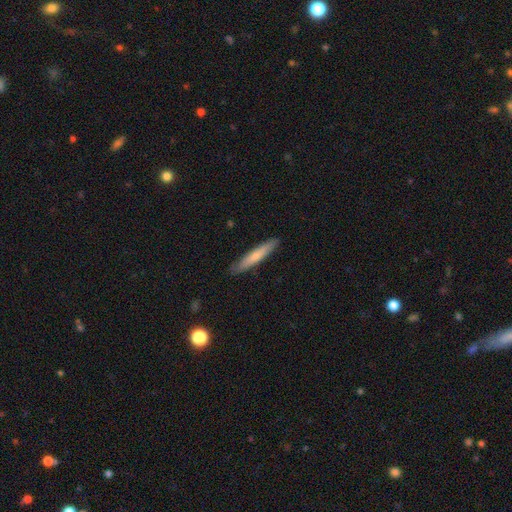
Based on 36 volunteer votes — This appears to be a smooth galaxy with no disk features (67%) that is cigar-shaped (83%). Merging: none (89%).